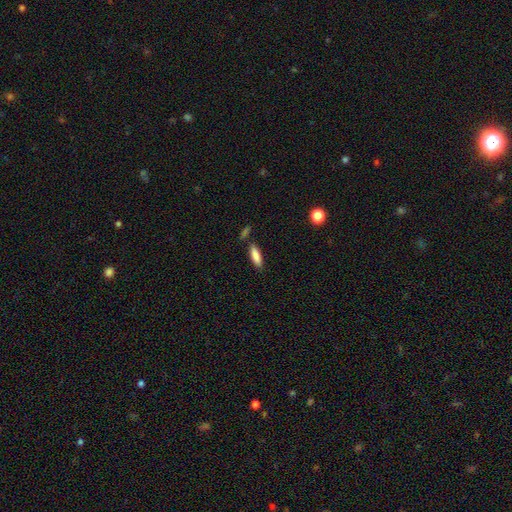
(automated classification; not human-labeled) smooth_or_featured: smooth (p=0.86) [alt: featured or disk p=0.08]
how_rounded: cigar-shaped (p=0.55) [alt: in between p=0.43]
merging: none (p=0.79) [alt: minor disturbance p=0.11]